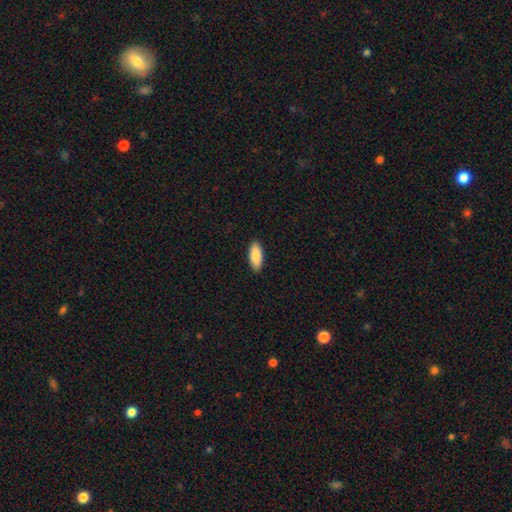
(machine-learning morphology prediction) A smooth galaxy with no disk features (89%) that is in between round and cigar-shaped (80%). Merging: none (90%).